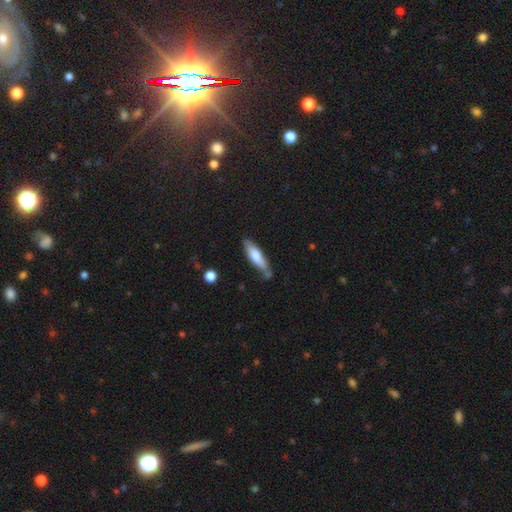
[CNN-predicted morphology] smooth-or-featured: smooth: 67% | featured or disk: 27% | star or artifact: 6%
  how-rounded: cigar-shaped: 70% | in between: 28% | round: 2%
  merging: none: 66% | minor disturbance: 22% | merger: 7% | major disturbance: 5%